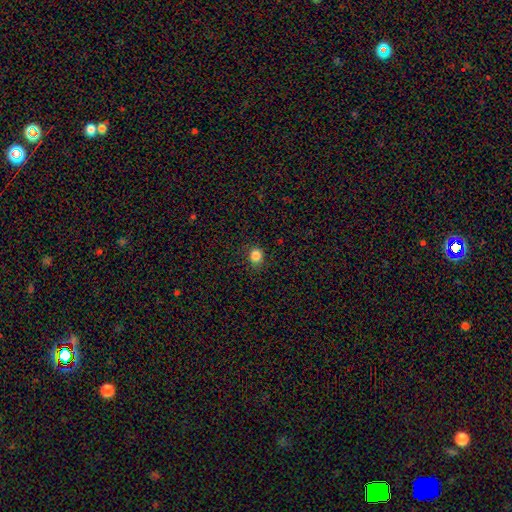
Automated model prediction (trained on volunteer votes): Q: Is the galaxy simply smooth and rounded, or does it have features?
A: smooth — 84%.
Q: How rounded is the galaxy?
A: round — 76%.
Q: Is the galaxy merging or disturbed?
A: none — 86%.